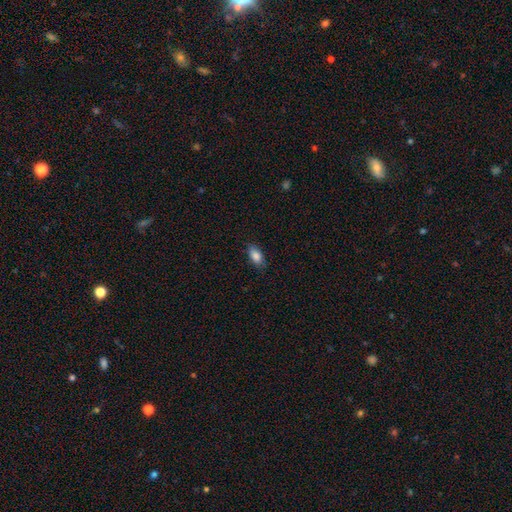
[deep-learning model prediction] Smooth or featured: smooth — 86% (star or artifact — 8%)
How rounded: in between — 89% (cigar-shaped — 7%)
Merging: none — 84% (minor disturbance — 13%)